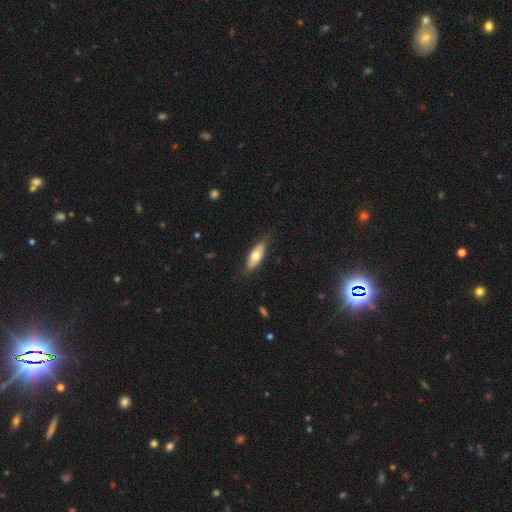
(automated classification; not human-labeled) This appears to be a smooth galaxy with no disk features (64%) that is in between round and cigar-shaped (68%). Merging: none (79%).